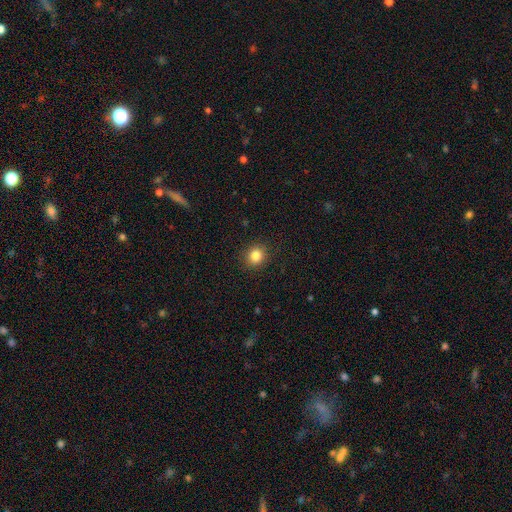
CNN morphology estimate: Smooth or featured: smooth — 84% (star or artifact — 11%)
How rounded: round — 81% (in between — 18%)
Merging: none — 90% (minor disturbance — 7%)